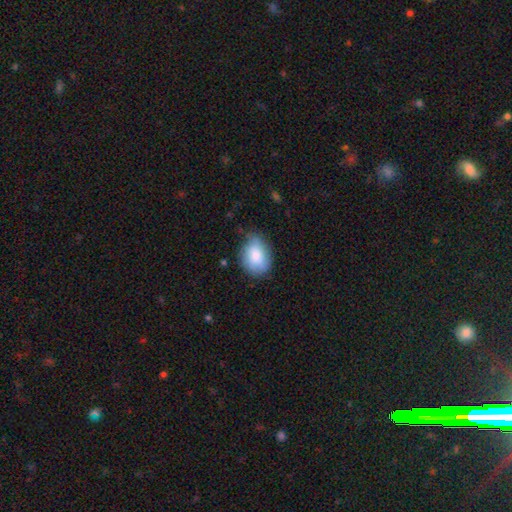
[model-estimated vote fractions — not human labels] This is likely a smooth galaxy (78%). How rounded: likely in between (71%). Merging: likely none (67%).